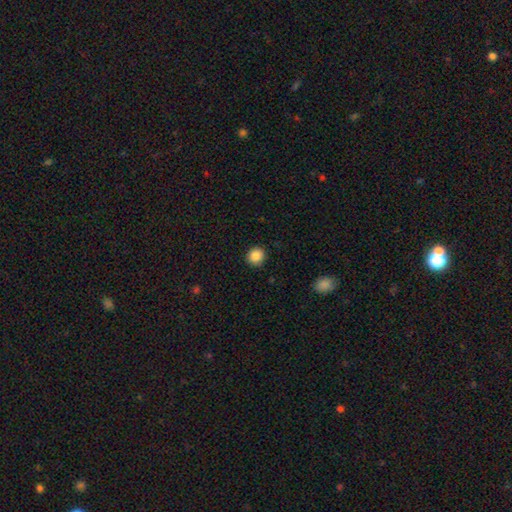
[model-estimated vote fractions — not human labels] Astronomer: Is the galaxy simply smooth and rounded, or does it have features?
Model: smooth — 87%.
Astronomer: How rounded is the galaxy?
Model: round — 87%.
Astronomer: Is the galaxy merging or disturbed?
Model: none — 90%.